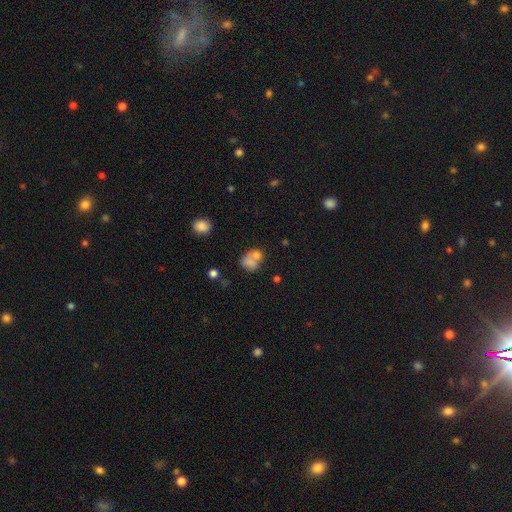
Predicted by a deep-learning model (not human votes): smooth 72%, featured or disk 17%, star or artifact 11%. Down the decision tree: how rounded — in between (50%); merging — merger (54%).